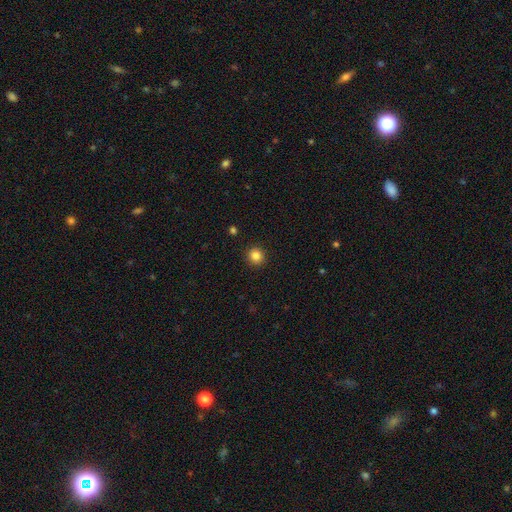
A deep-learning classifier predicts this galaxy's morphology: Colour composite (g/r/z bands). It shows a smooth galaxy with no disk features (85%) that is round (94%). Merging: none (92%).